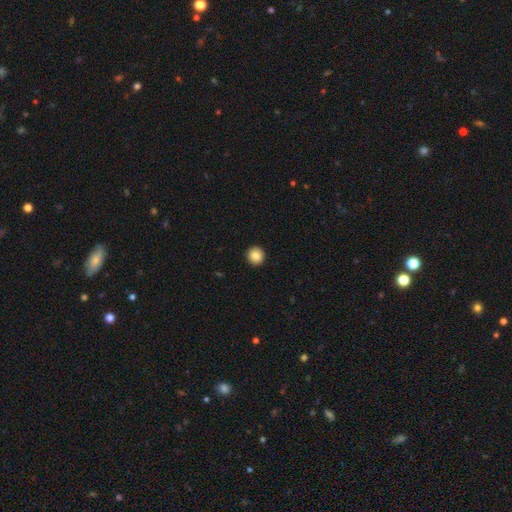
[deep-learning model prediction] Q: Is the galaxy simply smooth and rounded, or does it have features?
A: smooth — 87%.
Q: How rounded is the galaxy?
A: round — 95%.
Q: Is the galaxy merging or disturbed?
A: none — 94%.